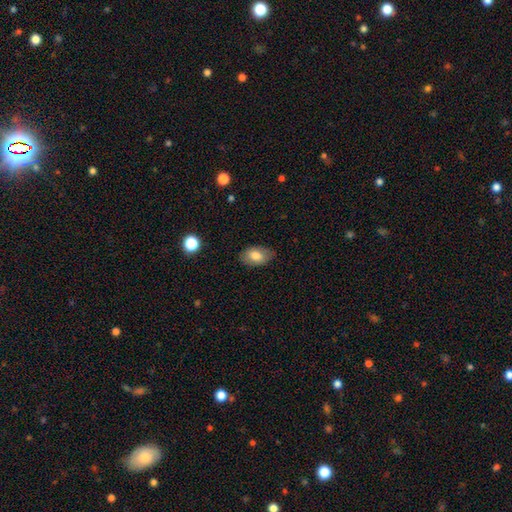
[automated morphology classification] smooth 78%, featured or disk 15%, star or artifact 8%. Down the decision tree: how rounded — in between (90%); merging — none (80%).